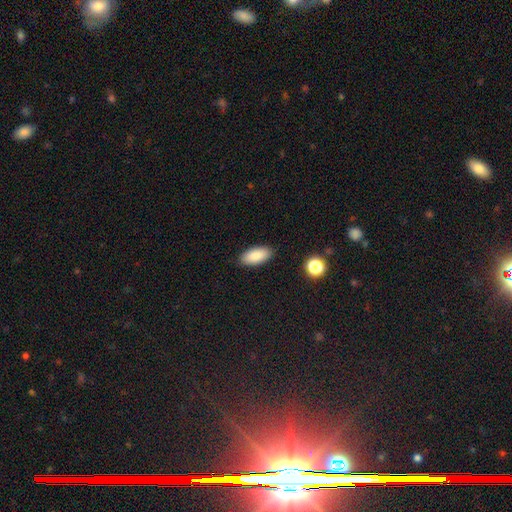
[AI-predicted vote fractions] smooth_or_featured: smooth (p=0.88) [alt: star or artifact p=0.07]
how_rounded: in between (p=0.90) [alt: cigar-shaped p=0.08]
merging: none (p=0.88) [alt: minor disturbance p=0.08]